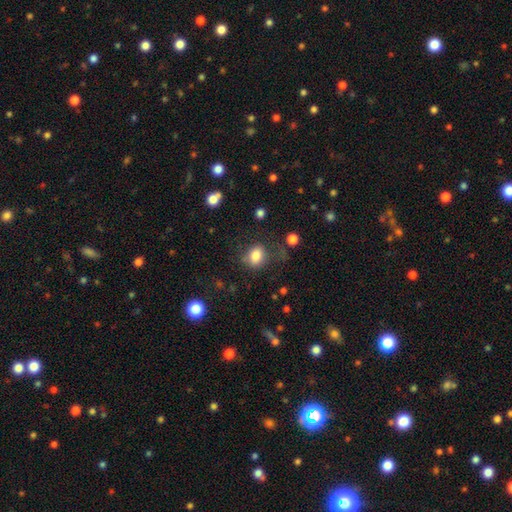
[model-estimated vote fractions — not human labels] smooth_or_featured: smooth (p=0.82) [alt: star or artifact p=0.10]
how_rounded: in between (p=0.56) [alt: round p=0.43]
merging: none (p=0.68) [alt: minor disturbance p=0.19]